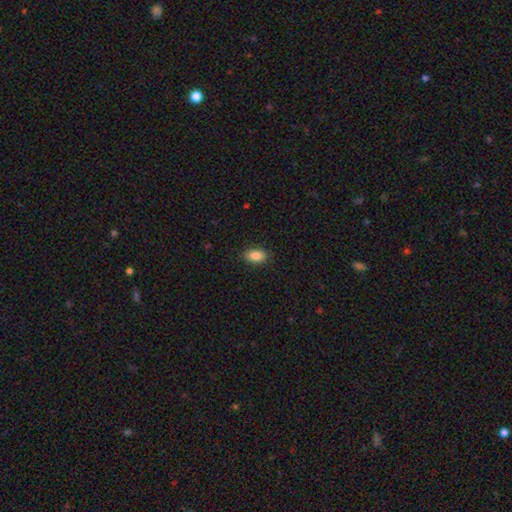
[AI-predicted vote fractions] Smooth or featured?
  - smooth: 87% *
  - star or artifact: 8%
  - featured or disk: 5%
How rounded?
  - in between: 90% *
  - round: 8%
  - cigar-shaped: 2%
Merging?
  - none: 89% *
  - minor disturbance: 8%
  - major disturbance: 2%
  - merger: 1%